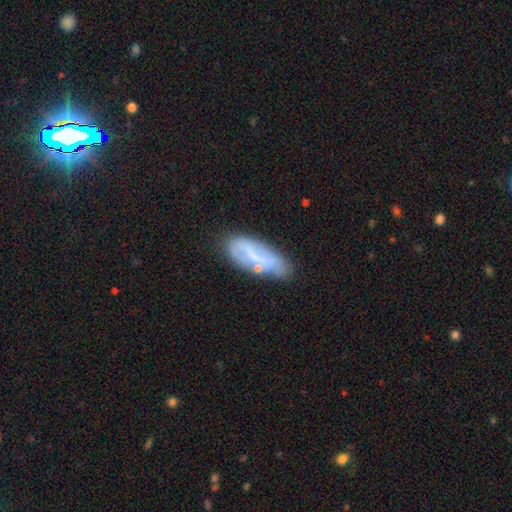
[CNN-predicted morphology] type=featured or disk (50%); edge-on=no (87%); merging=none (55%).